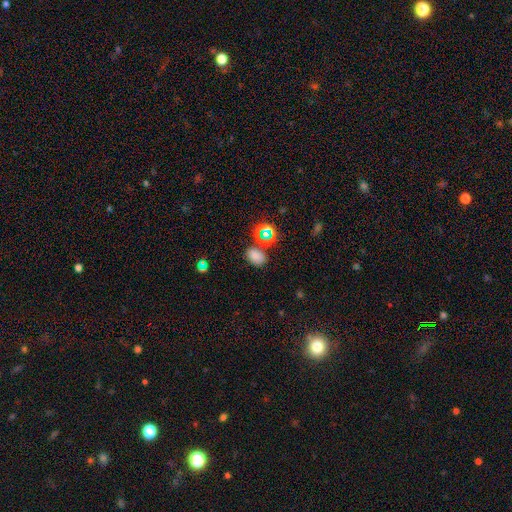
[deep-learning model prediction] The model was most divided on "smooth or featured": smooth: 72%, star or artifact: 22%, featured or disk: 6%. More confident: how rounded — in between (75%); merging — none (73%).